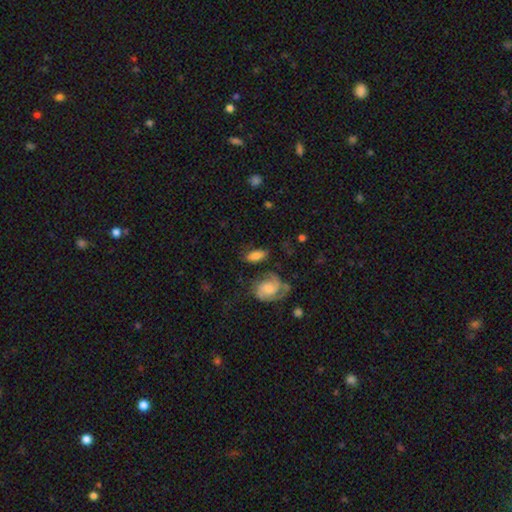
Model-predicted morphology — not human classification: Smooth or featured? smooth (64%)
How rounded? in between (83%)
Merging? none (62%)